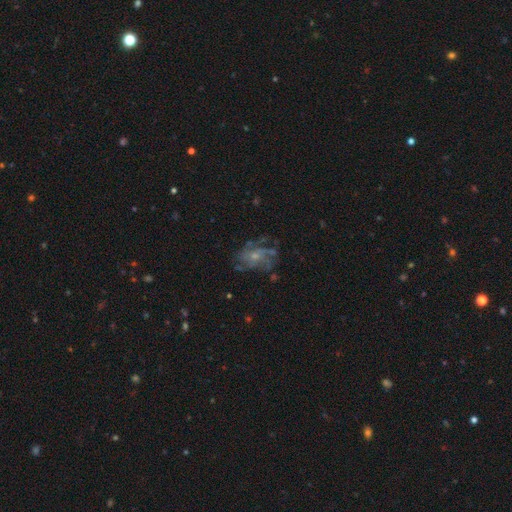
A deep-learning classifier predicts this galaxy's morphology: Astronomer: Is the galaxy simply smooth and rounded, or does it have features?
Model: featured or disk — 73%.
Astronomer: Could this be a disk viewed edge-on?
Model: no — 97%.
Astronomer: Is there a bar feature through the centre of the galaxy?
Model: no — 79%.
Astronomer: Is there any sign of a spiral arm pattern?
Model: yes — 82%.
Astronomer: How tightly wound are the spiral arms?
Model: medium — 43% (runner-up: tight, 29%).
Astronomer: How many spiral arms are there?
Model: can't tell — 32% (runner-up: 4, 24%).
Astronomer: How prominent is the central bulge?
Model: small — 66%.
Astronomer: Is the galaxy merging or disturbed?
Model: none — 60%.